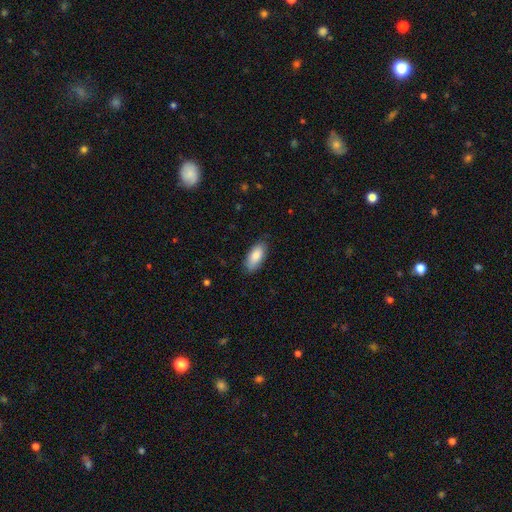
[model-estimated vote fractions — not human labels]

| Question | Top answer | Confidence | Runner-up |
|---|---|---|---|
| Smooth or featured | smooth | 84% | featured or disk (10%) |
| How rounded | in between | 88% | cigar-shaped (10%) |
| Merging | none | 81% | minor disturbance (15%) |